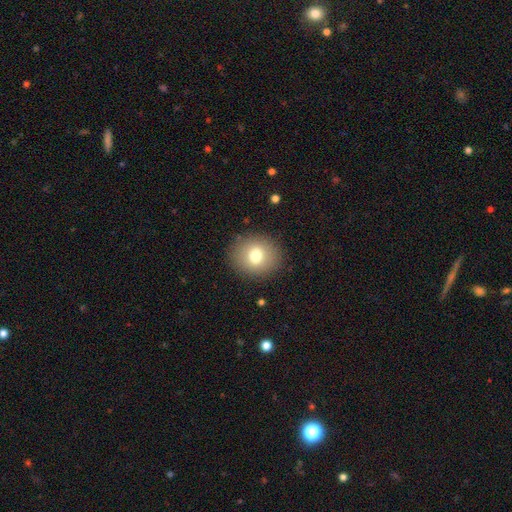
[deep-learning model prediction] This appears to be a smooth galaxy with no disk features (74%) that is round (80%). Merging: none (88%).